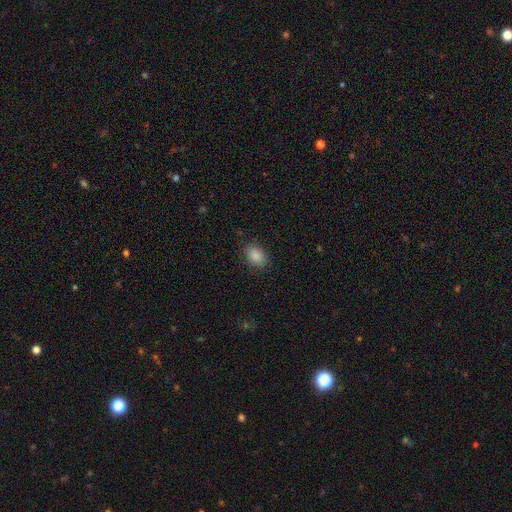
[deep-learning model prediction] Smooth or featured? Predicted: smooth (p=0.87). How rounded? Predicted: in between (p=0.79). Merging? Predicted: none (p=0.86).